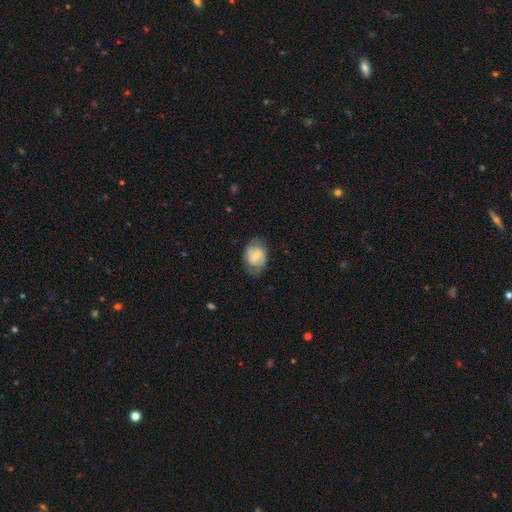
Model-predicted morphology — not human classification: Smooth or featured? Predicted: featured or disk (p=0.53). Edge-on disk? Predicted: no (p=0.96). Bar? Predicted: weak (p=0.47). Spiral arms? Predicted: yes (p=0.75). Bulge size? Predicted: small (p=0.49). Merging? Predicted: none (p=0.71).